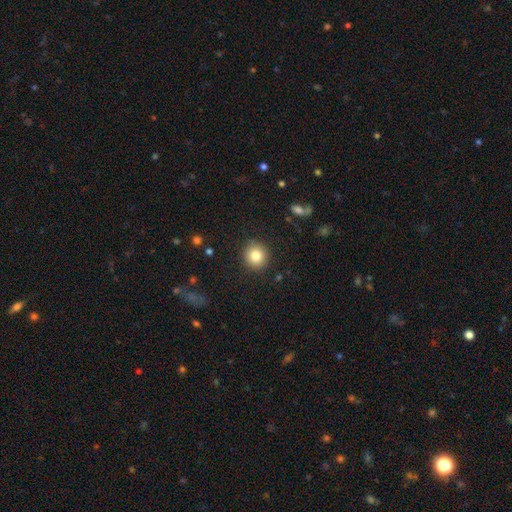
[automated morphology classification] smooth 82%, star or artifact 10%, featured or disk 8%. Down the decision tree: how rounded — round (91%); merging — none (90%).